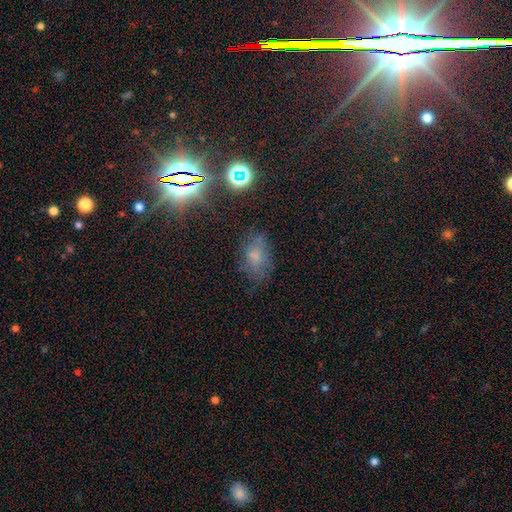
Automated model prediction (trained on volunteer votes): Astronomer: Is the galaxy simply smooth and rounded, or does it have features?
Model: smooth — 51% (runner-up: star or artifact, 27%).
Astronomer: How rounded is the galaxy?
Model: in between — 83%.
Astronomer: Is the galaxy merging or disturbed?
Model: none — 61%.